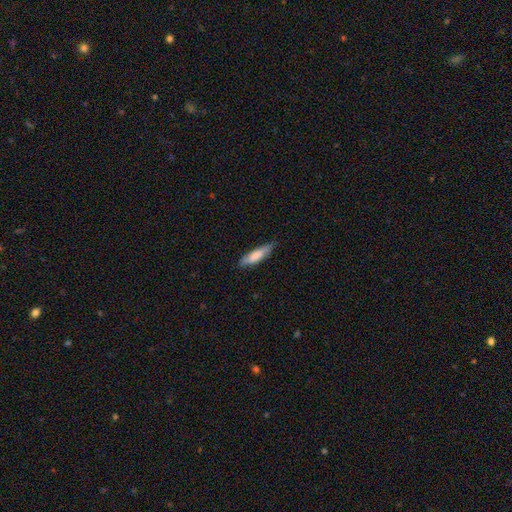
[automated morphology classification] A smooth galaxy with no disk features (76%) that is cigar-shaped (63%).

Vote fractions:
- Smooth or featured? smooth: 76% / featured or disk: 18% / star or artifact: 6%
- How rounded? cigar-shaped: 63% / in between: 35% / round: 1%
- Merging? none: 70% / minor disturbance: 25% / major disturbance: 4% / merger: 1%